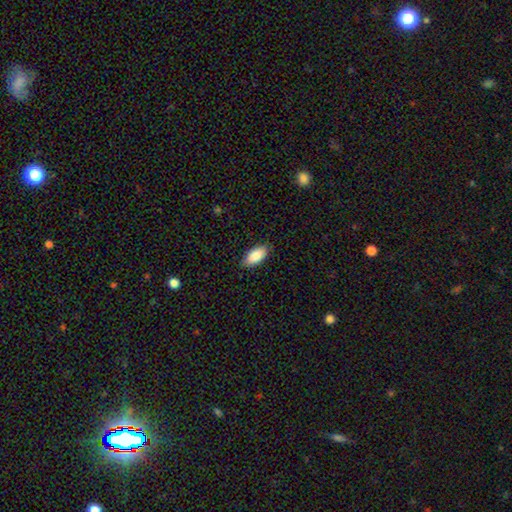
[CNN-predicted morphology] Smooth or featured? smooth (89%)
How rounded? in between (91%)
Merging? none (86%)